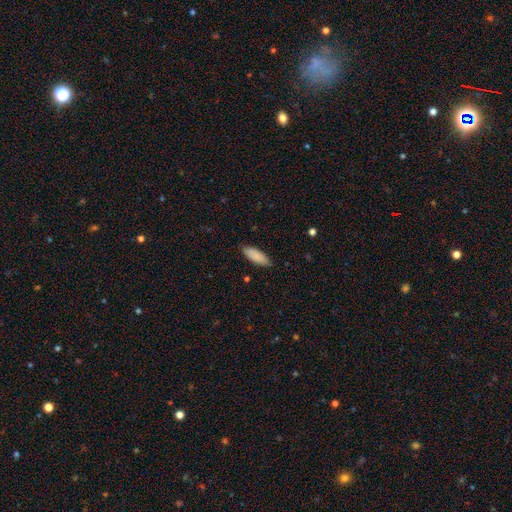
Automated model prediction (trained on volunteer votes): Smooth or featured? smooth (88%)
How rounded? in between (67%)
Merging? none (84%)